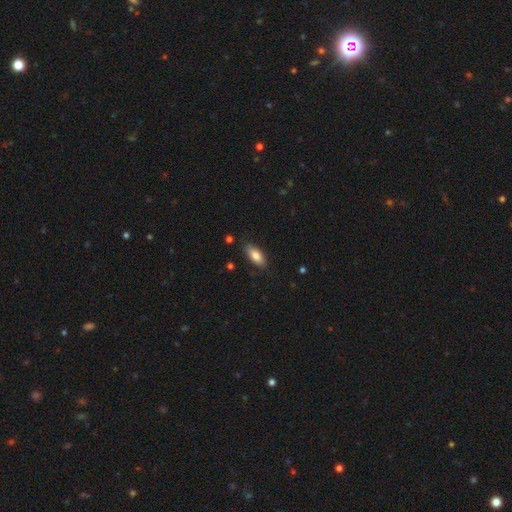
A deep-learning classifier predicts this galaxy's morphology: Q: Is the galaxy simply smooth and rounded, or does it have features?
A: smooth — 82%.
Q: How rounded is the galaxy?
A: in between — 83%.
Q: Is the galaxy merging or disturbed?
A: none — 83%.